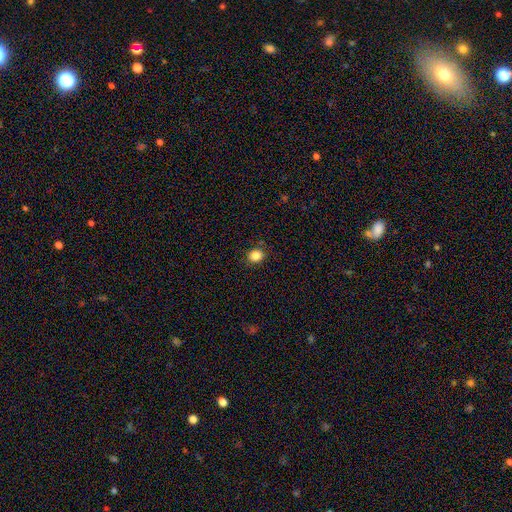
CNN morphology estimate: Q: Smooth or featured?
A: smooth (85%); runner-up: star or artifact (11%)
Q: How rounded?
A: round (68%); runner-up: in between (31%)
Q: Merging?
A: none (87%); runner-up: minor disturbance (9%)